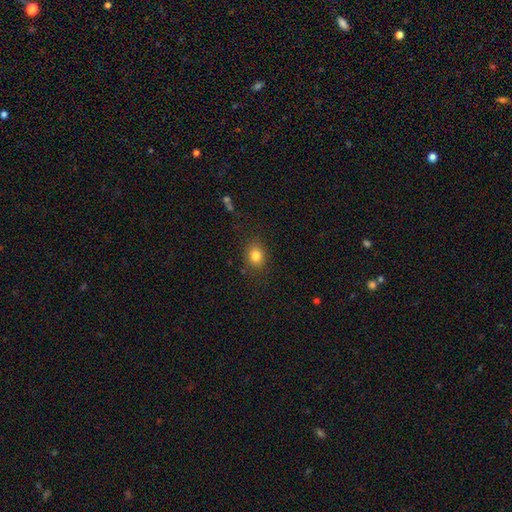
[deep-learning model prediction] Smooth or featured? Predicted: smooth (p=0.82). How rounded? Predicted: round (p=0.50). Merging? Predicted: none (p=0.83).